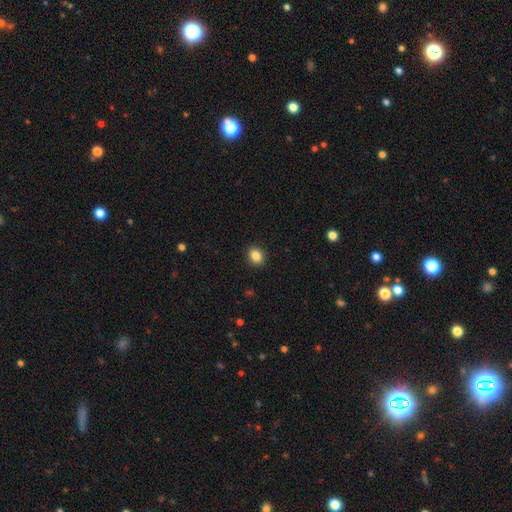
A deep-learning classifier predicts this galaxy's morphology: smooth 87%, star or artifact 9%, featured or disk 4%. Down the decision tree: how rounded — in between (69%); merging — none (90%).